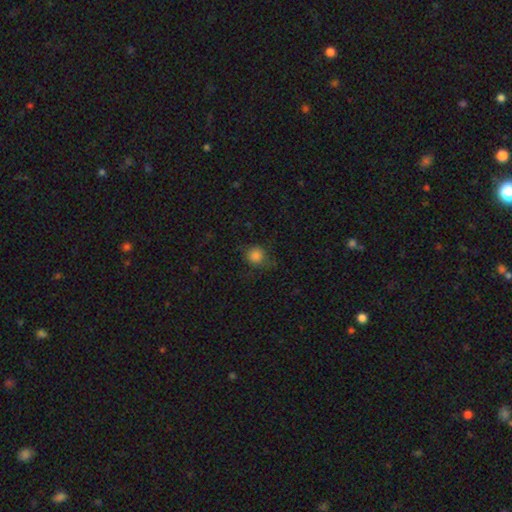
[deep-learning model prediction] Overall: smooth (83%). How rounded: round (88%). Merging: none (71%).